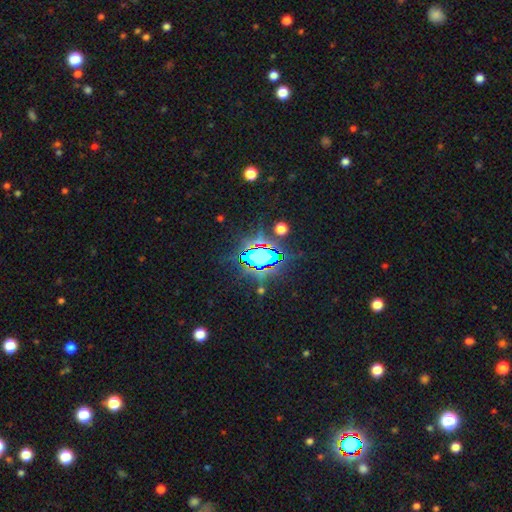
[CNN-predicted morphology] smooth_or_featured: star or artifact (p=0.68) [alt: smooth p=0.18]